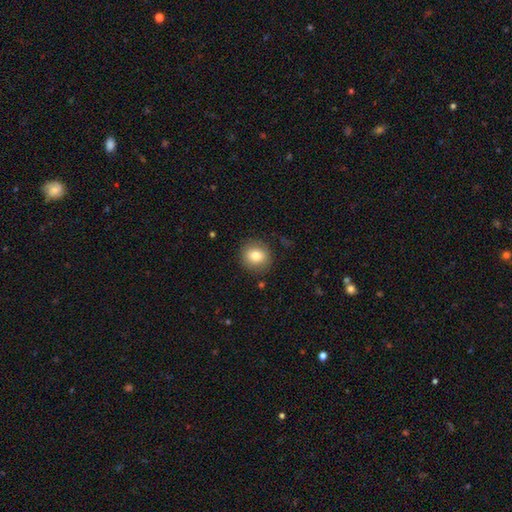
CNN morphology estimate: smooth-or-featured: smooth: 80% | featured or disk: 11% | star or artifact: 9%
  how-rounded: round: 84% | in between: 15% | cigar-shaped: 1%
  merging: none: 87% | minor disturbance: 9% | major disturbance: 3% | merger: 1%